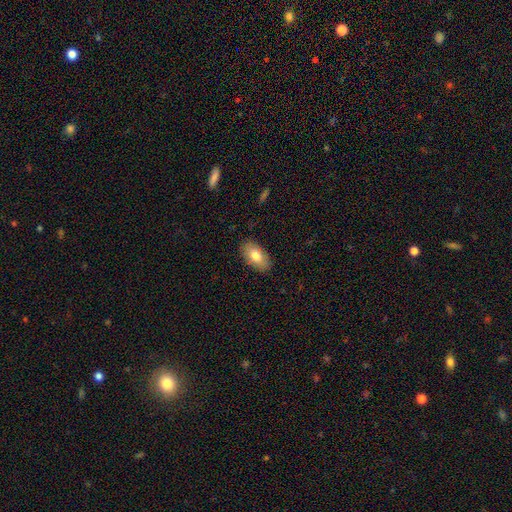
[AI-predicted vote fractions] Smooth or featured? smooth (77%)
How rounded? in between (93%)
Merging? none (86%)